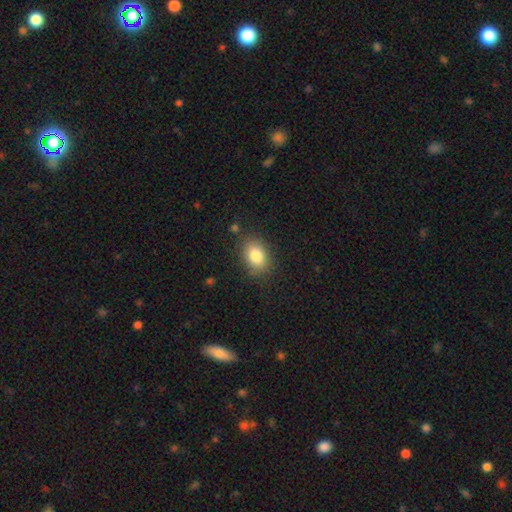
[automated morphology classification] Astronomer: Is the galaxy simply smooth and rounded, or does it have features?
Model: smooth — 83%.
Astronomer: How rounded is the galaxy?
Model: in between — 73%.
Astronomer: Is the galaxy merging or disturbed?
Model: none — 83%.